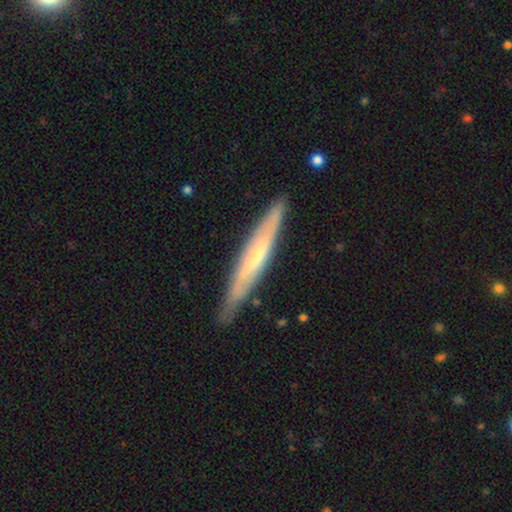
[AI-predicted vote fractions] Smooth or featured? featured or disk (60%)
Edge-on disk? yes (86%)
Edge-on bulge? none (49%)
Merging? none (85%)